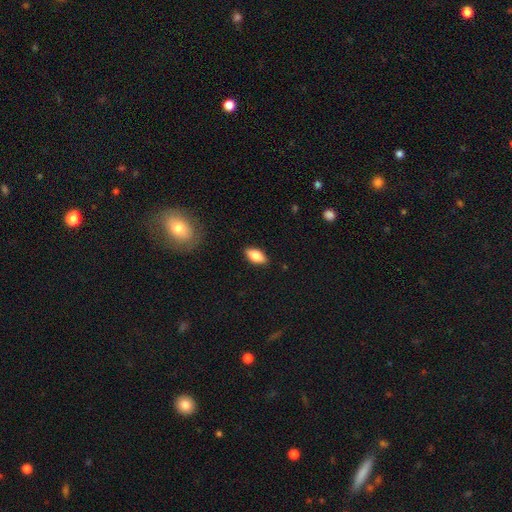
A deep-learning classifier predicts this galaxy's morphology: Overall: smooth (77%). How rounded: in between (86%). Merging: none (87%).